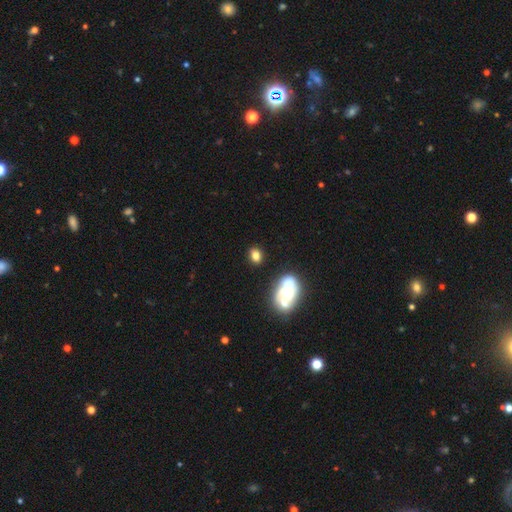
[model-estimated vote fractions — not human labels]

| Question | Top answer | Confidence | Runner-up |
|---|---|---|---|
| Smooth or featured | smooth | 75% | featured or disk (16%) |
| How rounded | in between | 58% | round (40%) |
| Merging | none | 73% | minor disturbance (15%) |